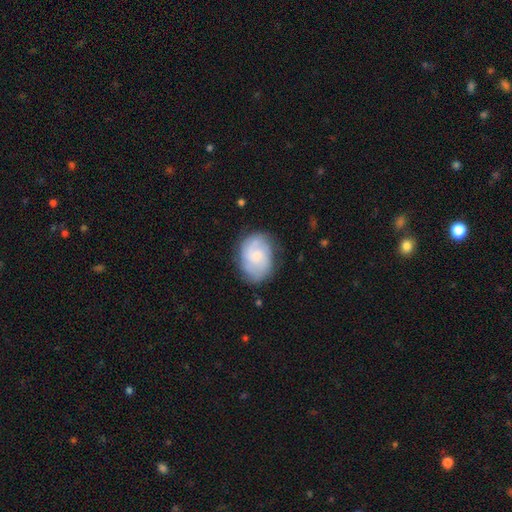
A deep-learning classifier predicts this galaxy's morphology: The model was most divided on "spiral winding": tight: 47%, medium: 39%, loose: 13%. Remaining: edge-on disk — no (97%); spiral arms — yes (89%); merging — none (72%); bar — no (69%); smooth or featured — featured or disk (58%); bulge size — small (55%); spiral arm count — 2 (44%).